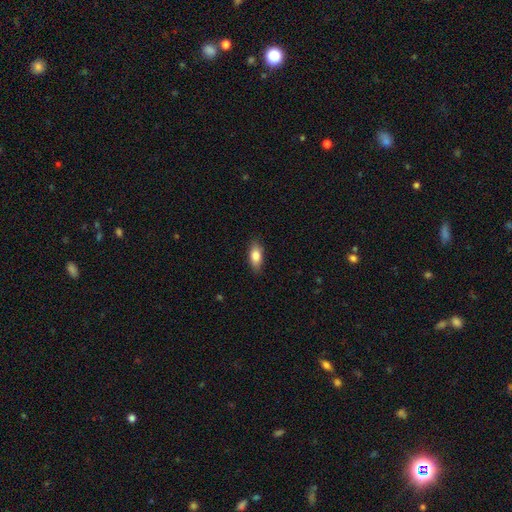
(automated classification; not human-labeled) smooth_or_featured: smooth (p=0.82) [alt: featured or disk p=0.12]
how_rounded: in between (p=0.83) [alt: cigar-shaped p=0.14]
merging: none (p=0.85) [alt: minor disturbance p=0.11]